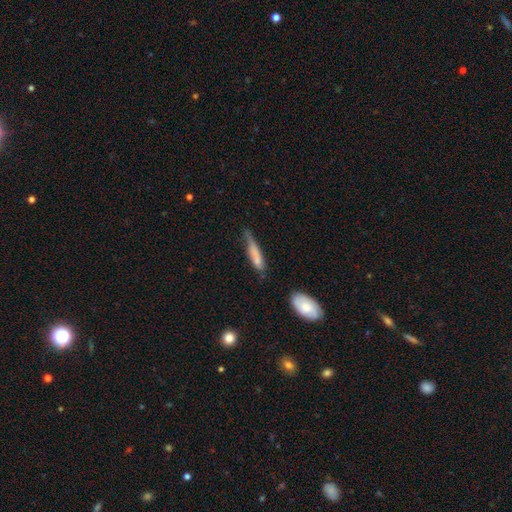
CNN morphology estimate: This appears to be a smooth galaxy with no disk features (73%) that is cigar-shaped (76%). Merging: minor disturbance (42%).